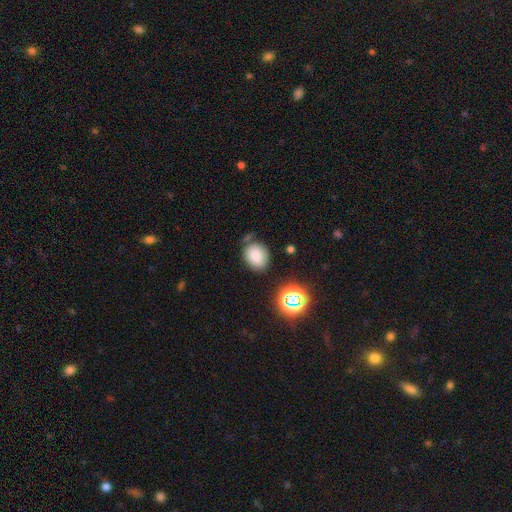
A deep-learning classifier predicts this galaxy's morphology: Smooth or featured? smooth (81%)
How rounded? round (50%)
Merging? none (71%)